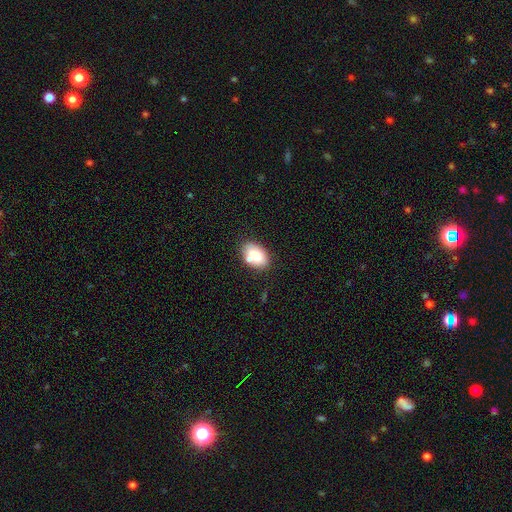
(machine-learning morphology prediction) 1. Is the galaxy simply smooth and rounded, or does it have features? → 80% smooth, 12% featured or disk, 8% star or artifact.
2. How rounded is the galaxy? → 88% in between, 11% round, 1% cigar-shaped.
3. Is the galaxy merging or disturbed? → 68% none, 17% minor disturbance, 12% merger, 4% major disturbance.